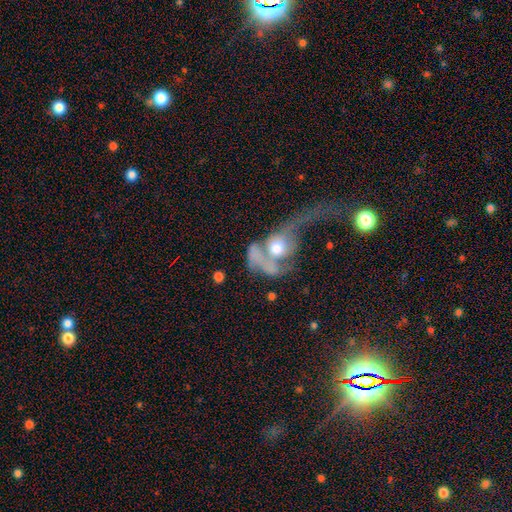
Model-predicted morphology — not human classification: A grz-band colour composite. It shows a featured or disk galaxy (45%, tied with smooth). Merging: merger (45%).